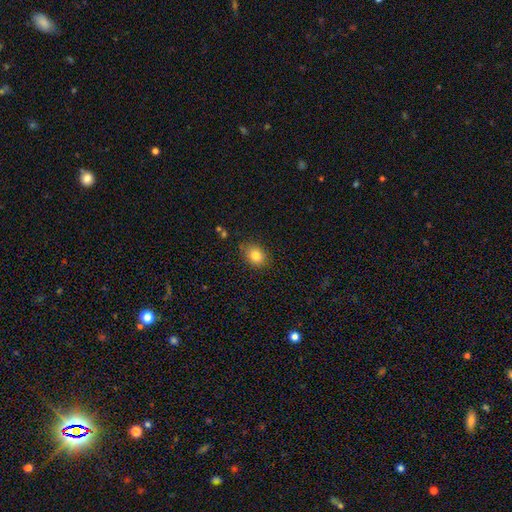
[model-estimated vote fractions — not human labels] Smooth or featured: smooth — 82% (star or artifact — 10%)
How rounded: in between — 55% (round — 44%)
Merging: none — 84% (minor disturbance — 12%)